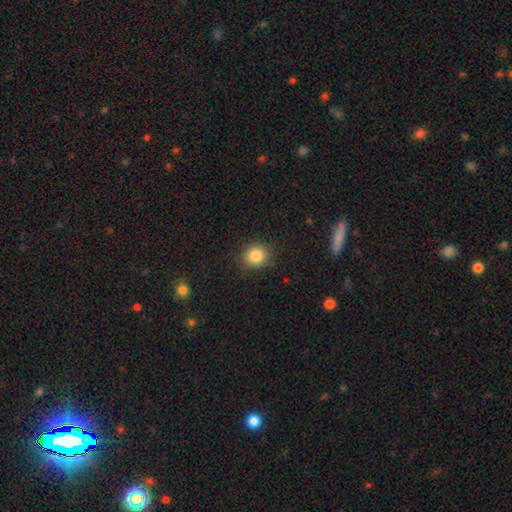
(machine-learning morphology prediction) smooth-or-featured: smooth: 85% | star or artifact: 10% | featured or disk: 5%
  how-rounded: round: 79% | in between: 20% | cigar-shaped: 1%
  merging: none: 87% | minor disturbance: 9% | major disturbance: 2% | merger: 1%